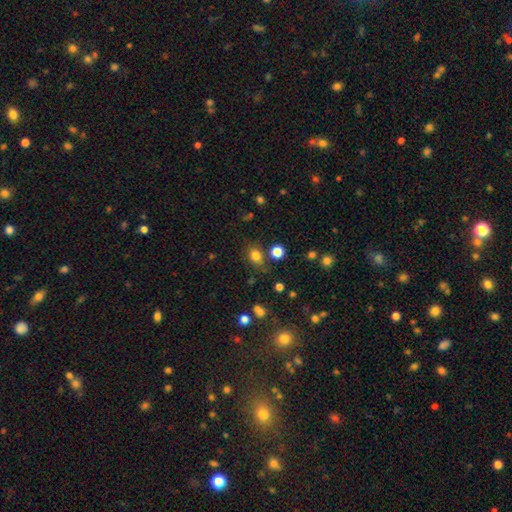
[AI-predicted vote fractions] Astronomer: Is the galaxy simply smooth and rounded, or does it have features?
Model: smooth — 79%.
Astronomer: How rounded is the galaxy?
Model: in between — 53% (runner-up: round, 46%).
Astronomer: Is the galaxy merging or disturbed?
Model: none — 75%.